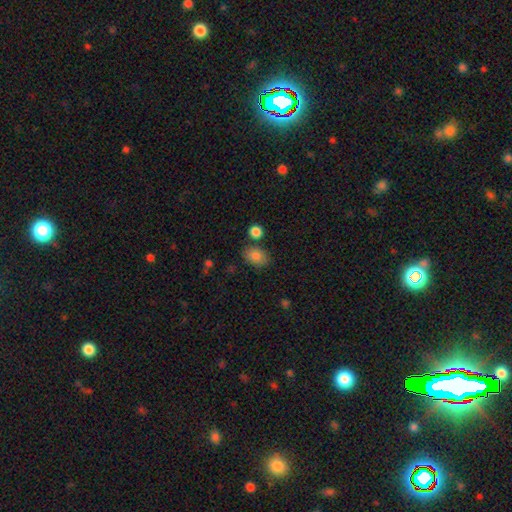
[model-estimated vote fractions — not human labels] Smooth or featured: smooth — 85% (star or artifact — 9%)
How rounded: in between — 77% (round — 22%)
Merging: none — 74% (minor disturbance — 13%)